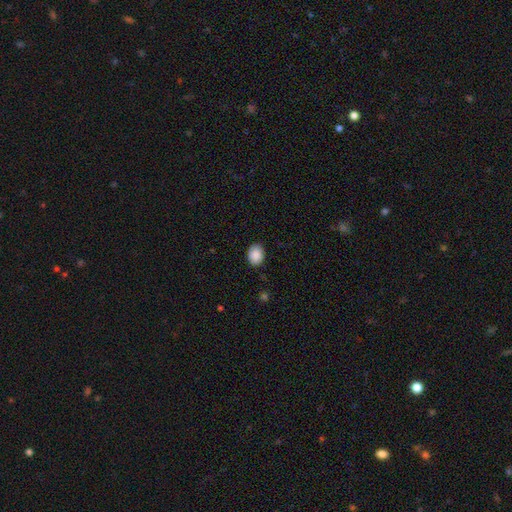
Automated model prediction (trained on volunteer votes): This appears to be a smooth galaxy with no disk features (89%) that is in between round and cigar-shaped (59%). Merging: none (87%).